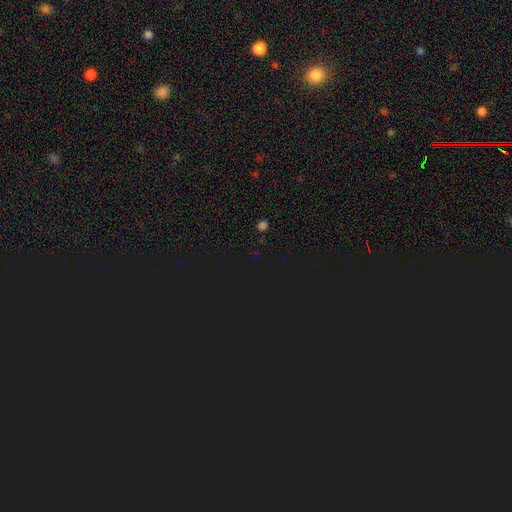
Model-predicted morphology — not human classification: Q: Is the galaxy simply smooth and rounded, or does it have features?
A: star or artifact — 71%.